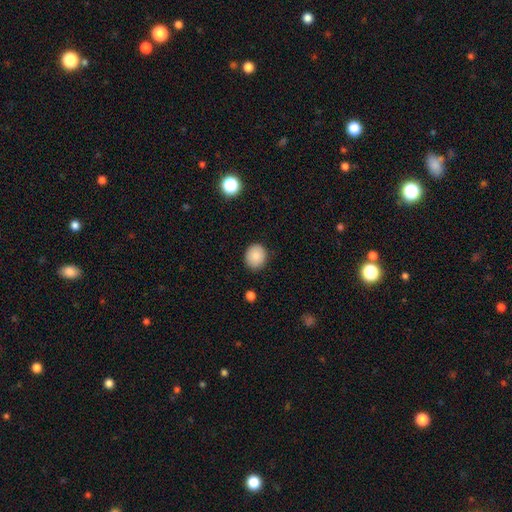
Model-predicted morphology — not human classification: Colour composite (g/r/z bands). It shows a smooth galaxy with no disk features (86%) that is round (73%). Merging: none (87%).